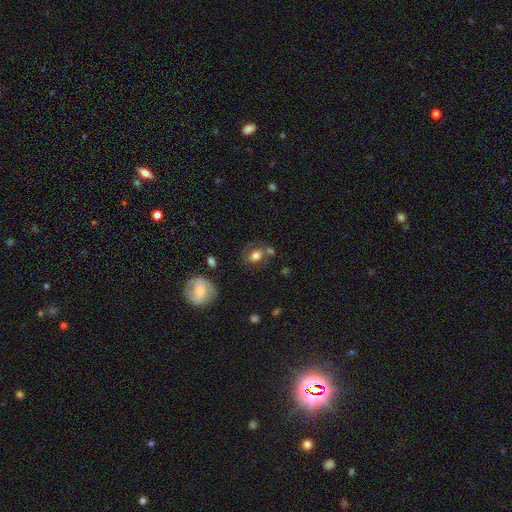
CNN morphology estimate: This appears to be a smooth galaxy with no disk features (60%) that is in between round and cigar-shaped (52%). Merging: none (54%).